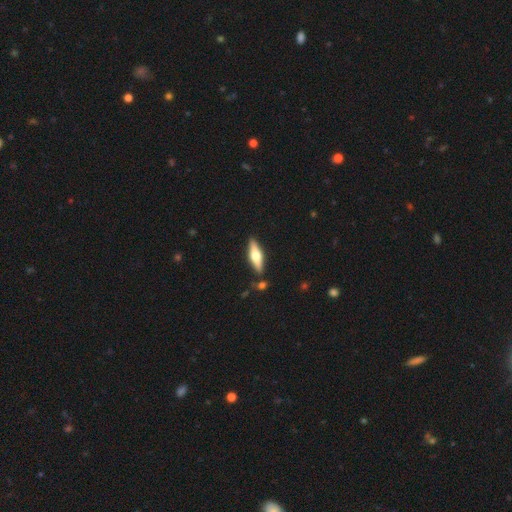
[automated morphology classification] type=featured or disk (53%); edge-on=yes (93%); merging=none (85%).